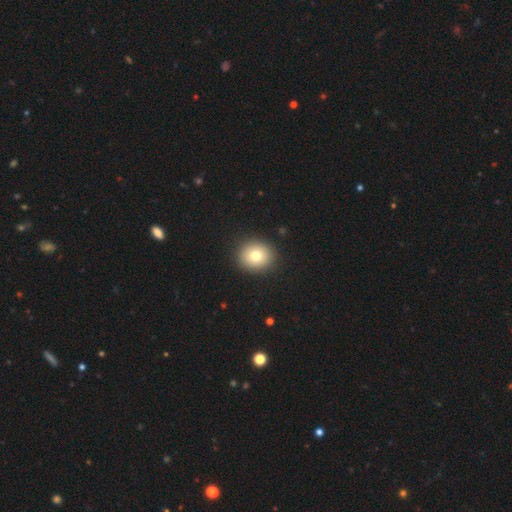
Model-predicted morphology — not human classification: This appears to be a smooth galaxy with no disk features (77%) that is round (81%). Merging: none (91%).